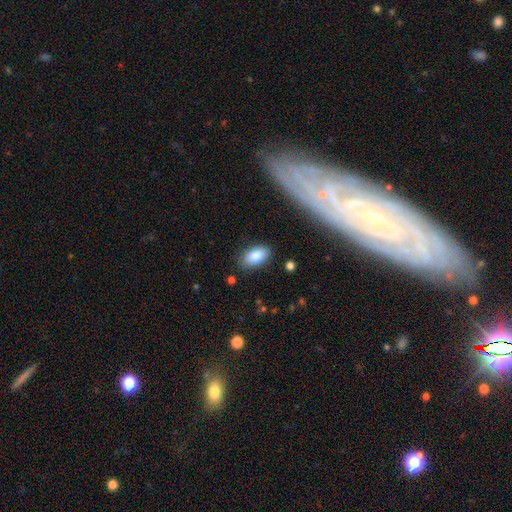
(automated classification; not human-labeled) smooth_or_featured: smooth (p=0.84) [alt: featured or disk p=0.08]
how_rounded: in between (p=0.93) [alt: round p=0.04]
merging: none (p=0.84) [alt: minor disturbance p=0.12]